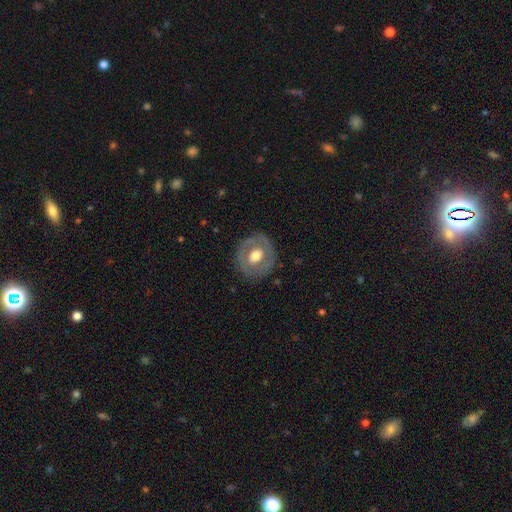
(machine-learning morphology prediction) A featured or disk galaxy (53%) with no bar (71%), no spiral arms (78%) and a moderate central bulge (58%).

Vote fractions:
- Smooth or featured? featured or disk: 53% / smooth: 41% / star or artifact: 6%
- Edge-on disk? no: 95% / yes: 5%
- Bar? no: 71% / weak: 22% / strong: 7%
- Spiral arms? no: 78% / yes: 22%
- Bulge size? moderate: 58% / large: 34% / small: 5% / dominant: 2% / none: 1%
- Merging? none: 80% / minor disturbance: 14% / major disturbance: 5% / merger: 1%